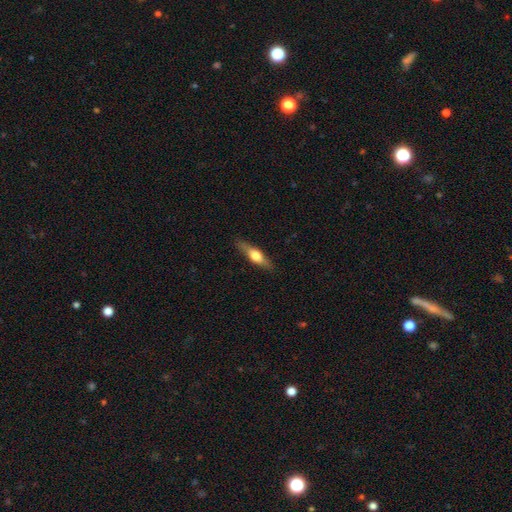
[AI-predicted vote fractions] Smooth or featured?
  - featured or disk: 47% * (tied)
  - smooth: 47% * (tied)
  - star or artifact: 6%
Merging?
  - none: 85% *
  - minor disturbance: 12%
  - major disturbance: 3%
  - merger: 1%